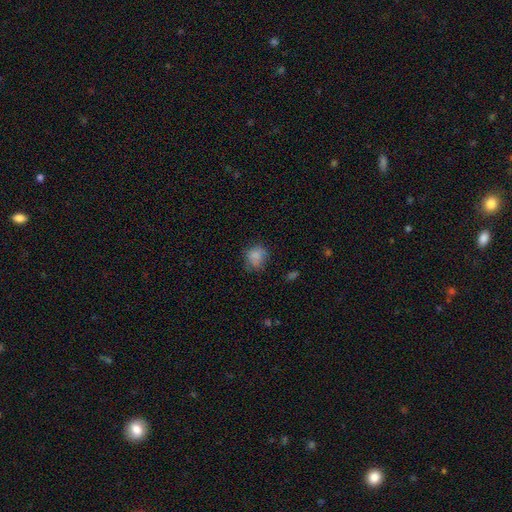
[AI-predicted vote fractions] This is clearly a smooth galaxy (82%). How rounded: likely round (72%). Merging: likely none (65%).